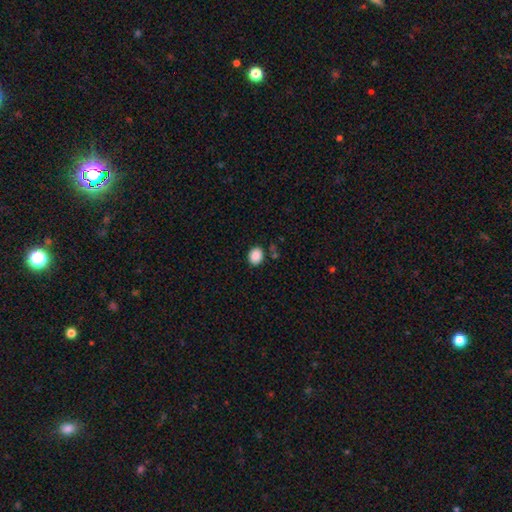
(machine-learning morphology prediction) Smooth or featured? Predicted: smooth (p=0.89). How rounded? Predicted: in between (p=0.50). Merging? Predicted: none (p=0.84).